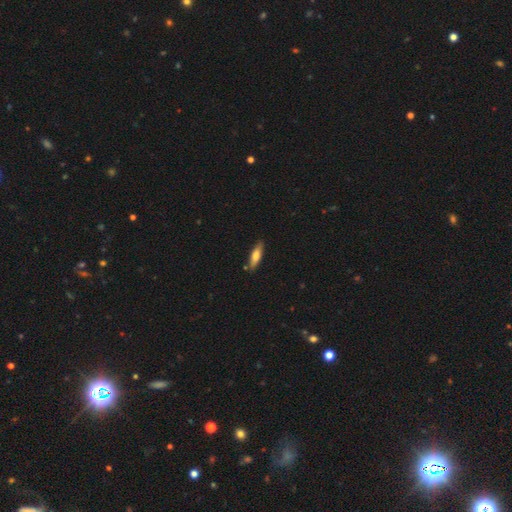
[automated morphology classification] smooth_or_featured: smooth (p=0.69) [alt: featured or disk p=0.25]
how_rounded: cigar-shaped (p=0.55) [alt: in between p=0.43]
merging: none (p=0.81) [alt: minor disturbance p=0.14]